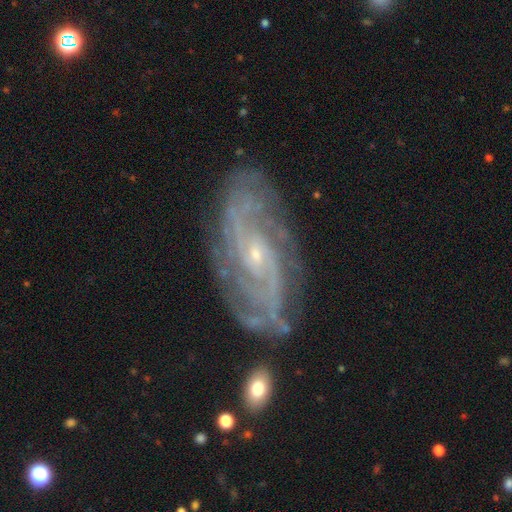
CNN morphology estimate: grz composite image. It shows a featured or disk galaxy (88%) with no bar (62%), 2 (31%) tight (56%) spiral arms (97%) and a small central bulge (79%). Merging: none (78%).